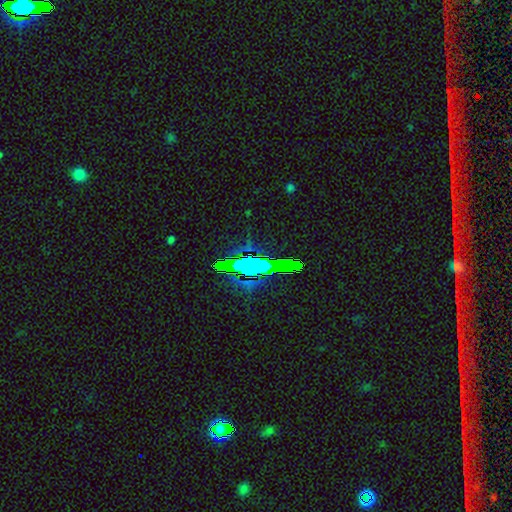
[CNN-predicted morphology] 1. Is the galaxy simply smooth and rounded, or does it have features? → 60% star or artifact, 24% smooth, 15% featured or disk.